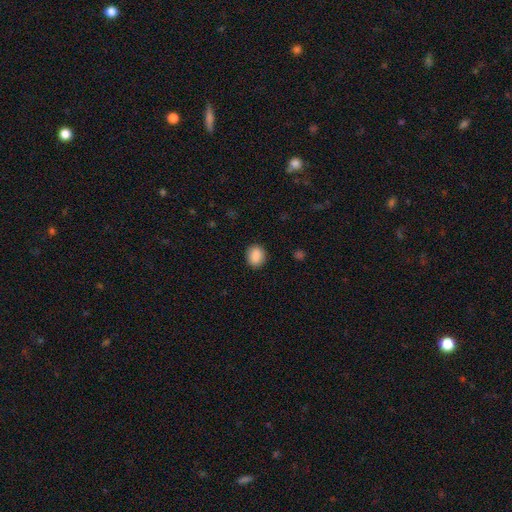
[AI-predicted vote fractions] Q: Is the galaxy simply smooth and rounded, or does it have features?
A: smooth — 89%.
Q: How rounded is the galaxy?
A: round — 59%.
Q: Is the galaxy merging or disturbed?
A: none — 88%.